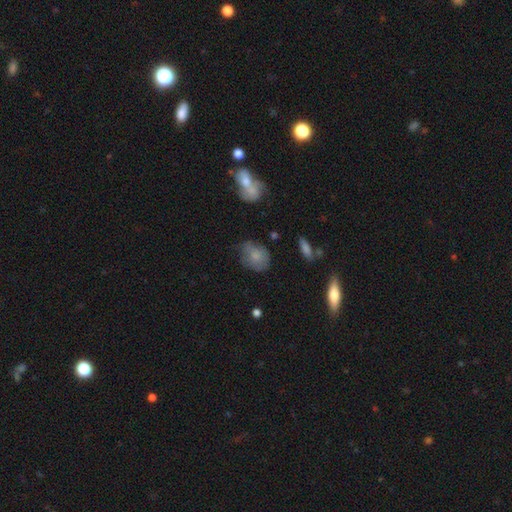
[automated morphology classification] smooth_or_featured: smooth (p=0.73) [alt: featured or disk p=0.19]
how_rounded: in between (p=0.56) [alt: round p=0.43]
merging: none (p=0.56) [alt: minor disturbance p=0.30]